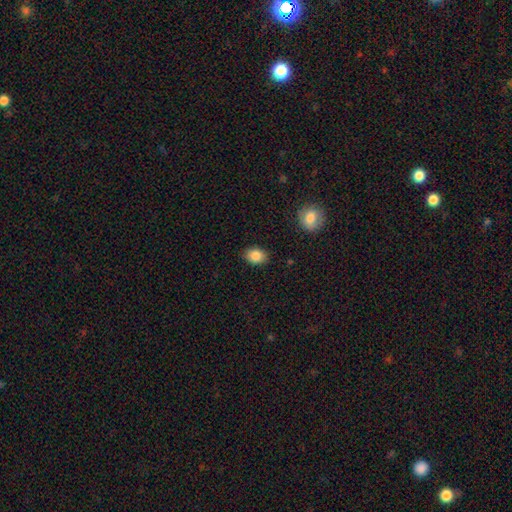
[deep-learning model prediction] smooth_or_featured: smooth (p=0.86) [alt: star or artifact p=0.08]
how_rounded: in between (p=0.74) [alt: round p=0.25]
merging: none (p=0.87) [alt: minor disturbance p=0.10]